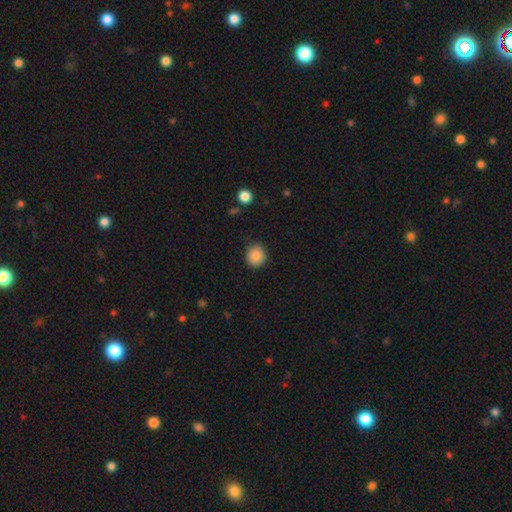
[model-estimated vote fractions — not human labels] Morphology: type=smooth (87%); roundness=round (86%); merging=none (85%).